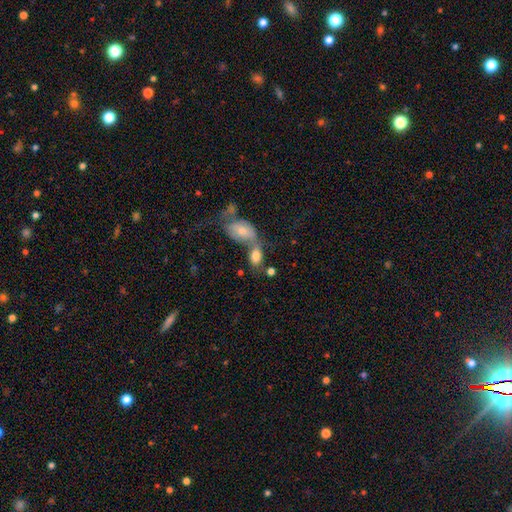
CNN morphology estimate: This appears to be a smooth galaxy with no disk features (76%) that is in between round and cigar-shaped (85%). Merging: merger (59%).